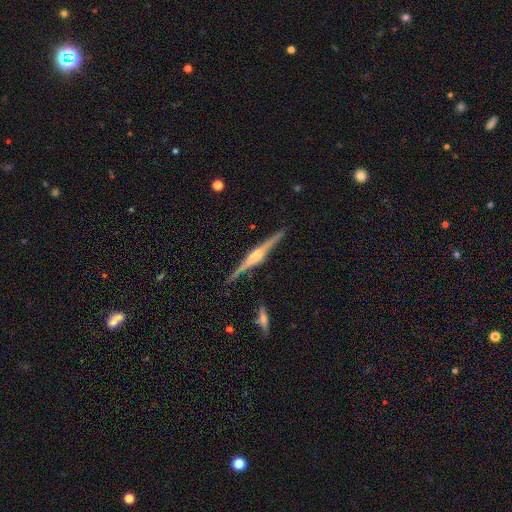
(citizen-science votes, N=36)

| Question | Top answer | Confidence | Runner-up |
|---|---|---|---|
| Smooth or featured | featured or disk | 89% | smooth (8%) |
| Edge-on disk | yes | 97% | no (3%) |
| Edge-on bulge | rounded | 87% | boxy (13%) |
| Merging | none | 80% | minor disturbance (14%) |